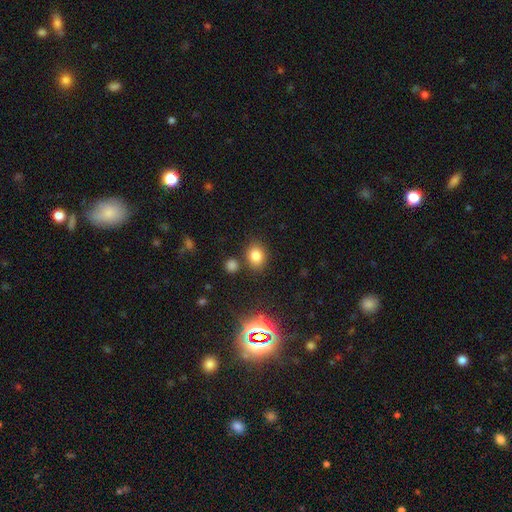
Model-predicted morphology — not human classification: type=smooth (79%); roundness=round (51%); merging=none (79%).